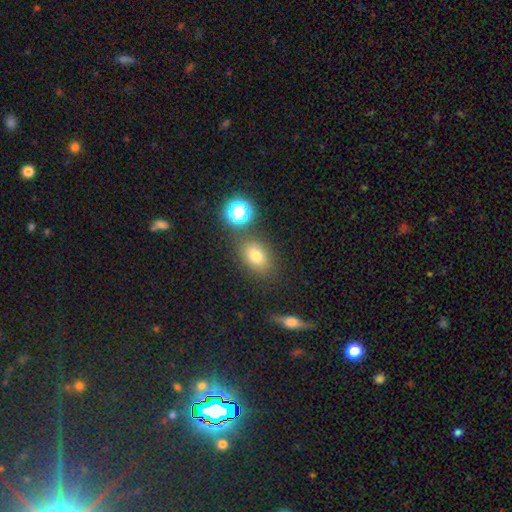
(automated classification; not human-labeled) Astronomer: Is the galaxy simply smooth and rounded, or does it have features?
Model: smooth — 74%.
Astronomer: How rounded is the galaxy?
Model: in between — 67%.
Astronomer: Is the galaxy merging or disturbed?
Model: none — 76%.